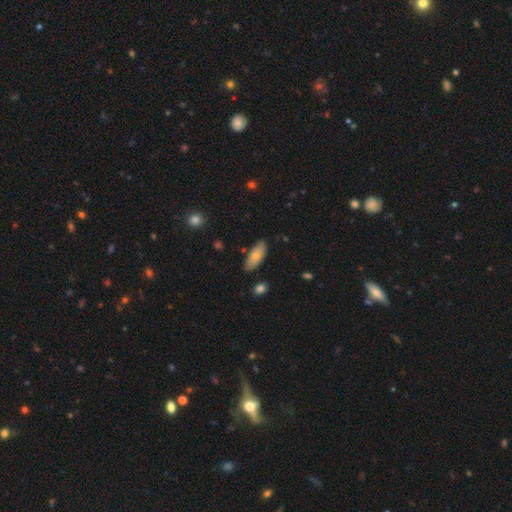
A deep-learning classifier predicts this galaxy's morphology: This is likely a smooth galaxy (73%). How rounded: clearly in between (84%). Merging: likely none (76%).